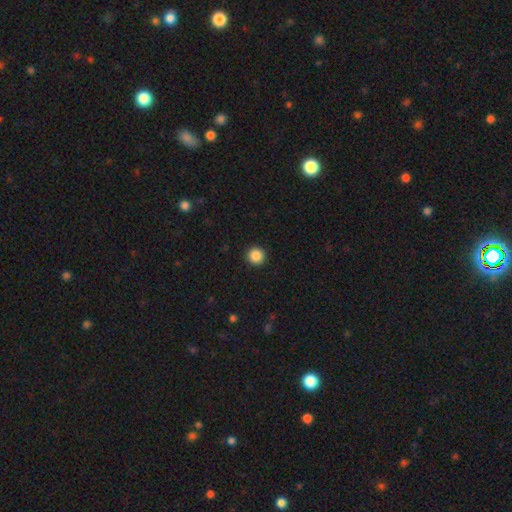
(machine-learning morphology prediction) Overall: smooth (87%). How rounded: round (96%). Merging: none (94%).